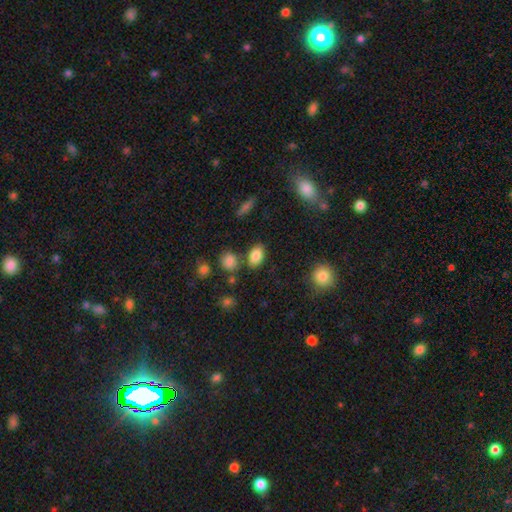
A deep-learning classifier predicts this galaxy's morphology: smooth_or_featured: smooth (p=0.84) [alt: star or artifact p=0.09]
how_rounded: in between (p=0.86) [alt: round p=0.12]
merging: none (p=0.77) [alt: minor disturbance p=0.11]